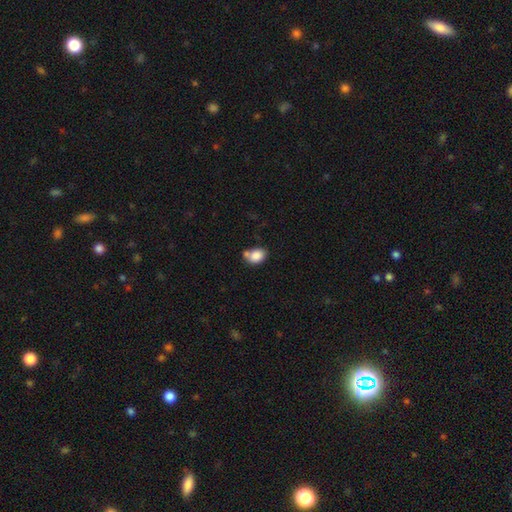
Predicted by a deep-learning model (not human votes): This appears to be a smooth galaxy with no disk features (85%) that is in between round and cigar-shaped (63%). Merging: none (47%).